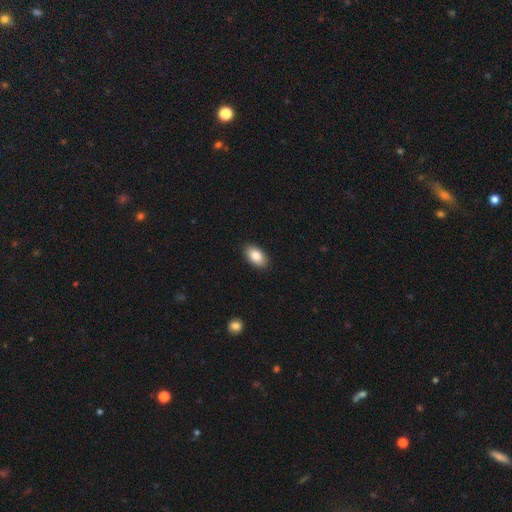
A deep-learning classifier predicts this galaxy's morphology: Smooth or featured? Predicted: smooth (p=0.86). How rounded? Predicted: in between (p=0.93). Merging? Predicted: none (p=0.90).